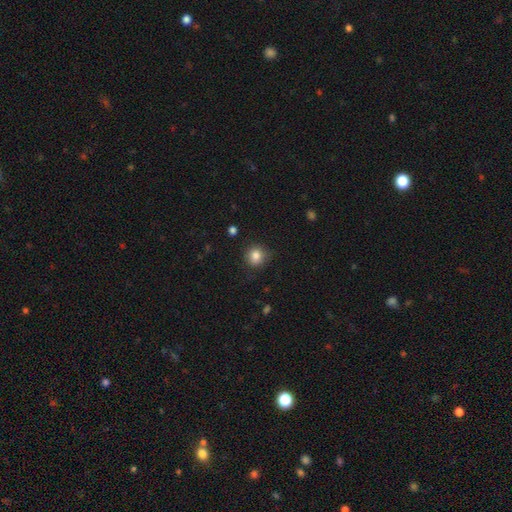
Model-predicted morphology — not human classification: smooth-or-featured: smooth: 85% | star or artifact: 10% | featured or disk: 5%
  how-rounded: round: 86% | in between: 13% | cigar-shaped: 1%
  merging: none: 82% | minor disturbance: 13% | major disturbance: 3% | merger: 1%